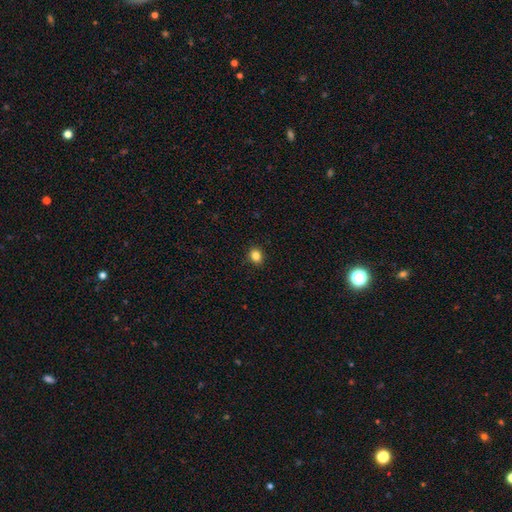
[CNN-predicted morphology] A smooth galaxy with no disk features (84%) that is round (67%). Merging: none (91%).